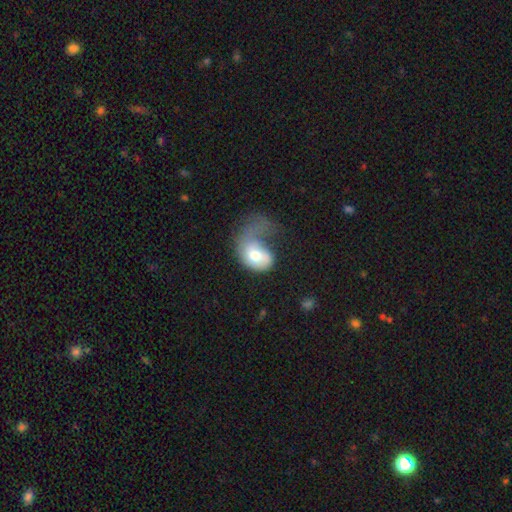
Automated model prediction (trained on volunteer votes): The model was most divided on "smooth or featured": smooth: 59%, featured or disk: 34%, star or artifact: 6%. More confident: how rounded — in between (69%); merging — major disturbance (66%).